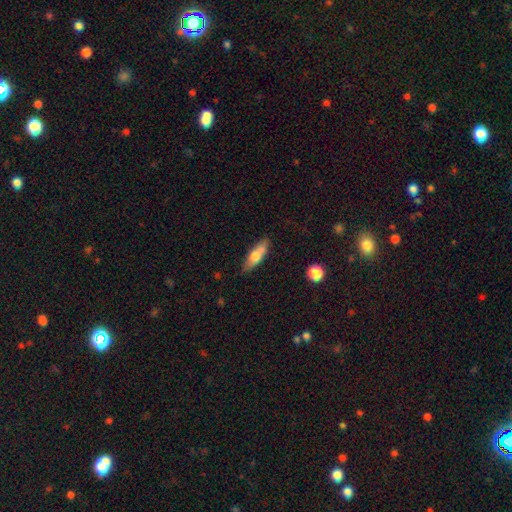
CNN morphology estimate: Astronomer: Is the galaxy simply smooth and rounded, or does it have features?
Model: smooth — 64%.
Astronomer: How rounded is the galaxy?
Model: in between — 50% (runner-up: cigar-shaped, 47%).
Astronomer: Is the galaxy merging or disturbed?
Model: none — 67%.